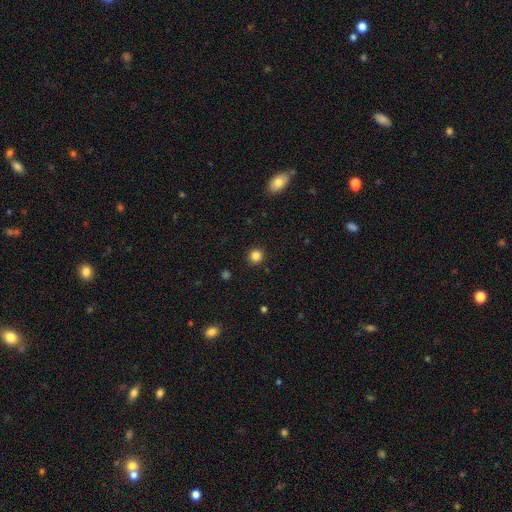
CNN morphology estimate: Smooth or featured?
  - smooth: 84% *
  - star or artifact: 12%
  - featured or disk: 4%
How rounded?
  - round: 92% *
  - in between: 7%
  - cigar-shaped: 1%
Merging?
  - none: 92% *
  - minor disturbance: 5%
  - major disturbance: 2%
  - merger: 1%